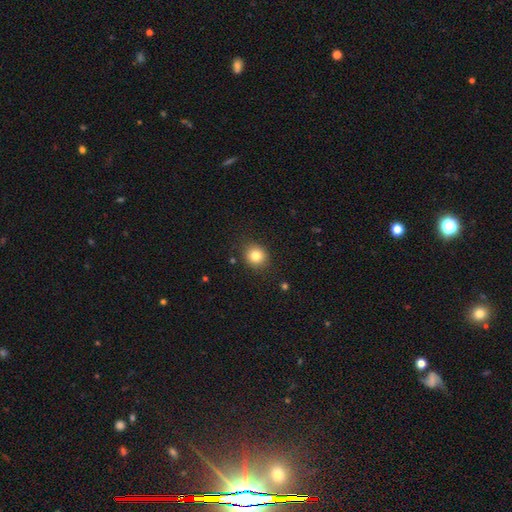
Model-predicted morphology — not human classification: The model was most divided on "how rounded": round: 82%, in between: 17%, cigar-shaped: 1%. More confident: merging — none (88%); smooth or featured — smooth (81%).